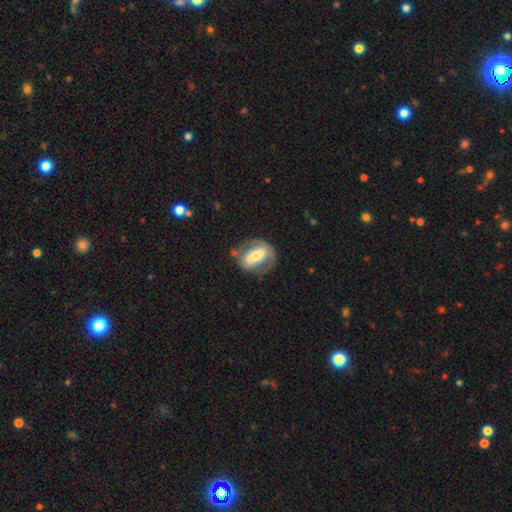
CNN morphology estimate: type=featured or disk (61%); edge-on=no (94%); bar=strong (46%); spiral arms=yes (52%); bulge=moderate (55%); merging=none (55%).